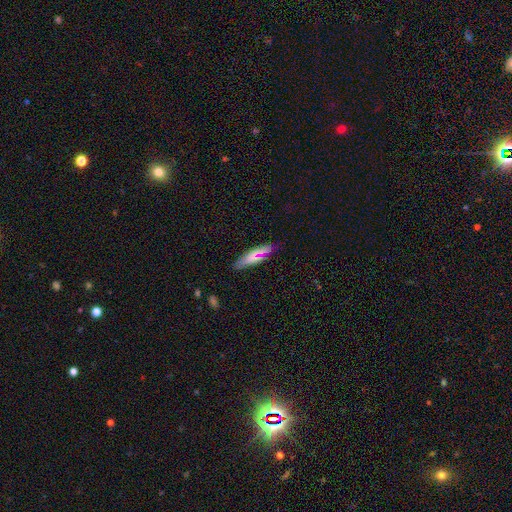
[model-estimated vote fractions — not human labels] Smooth or featured?
  - smooth: 70% *
  - featured or disk: 20%
  - star or artifact: 10%
How rounded?
  - cigar-shaped: 70% *
  - in between: 28%
  - round: 3%
Merging?
  - none: 80% *
  - minor disturbance: 14%
  - major disturbance: 3%
  - merger: 2%